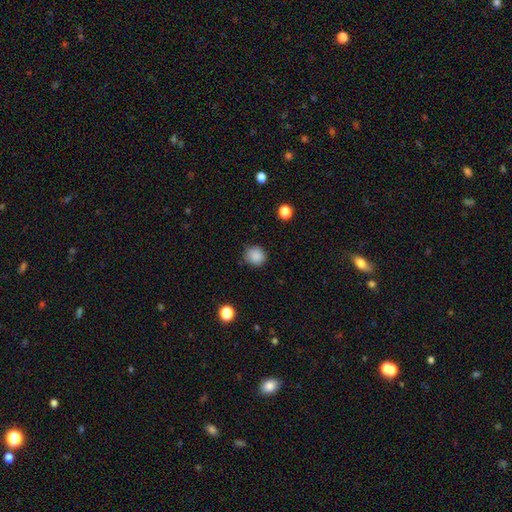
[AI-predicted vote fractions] smooth 87%, star or artifact 10%, featured or disk 3%. Down the decision tree: how rounded — round (86%); merging — none (85%).